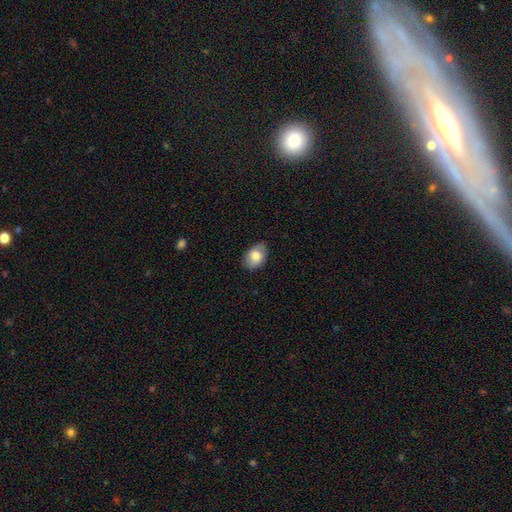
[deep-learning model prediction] Overall: smooth (78%). How rounded: in between (86%). Merging: none (80%).